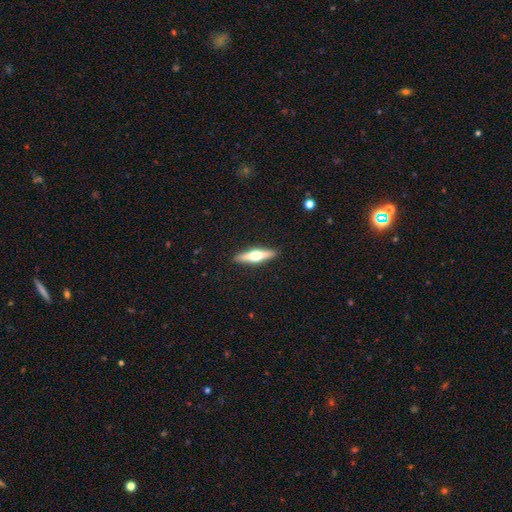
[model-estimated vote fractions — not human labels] This is possibly a featured or disk galaxy (60%). It is clearly viewed edge-on (96%). Edge-on bulge: clearly rounded (95%). Merging: clearly none (91%).